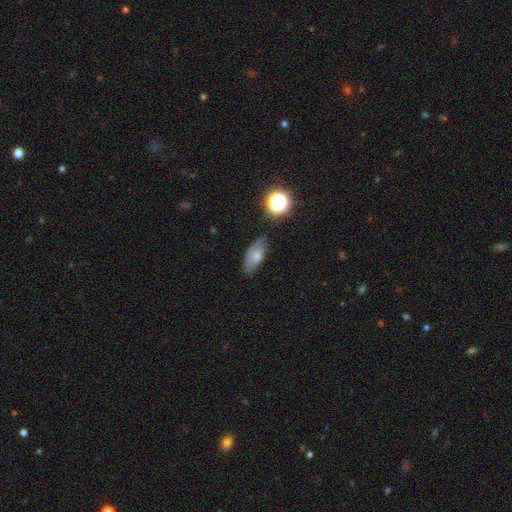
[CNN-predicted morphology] type=smooth (62%); roundness=in between (86%); merging=none (61%).